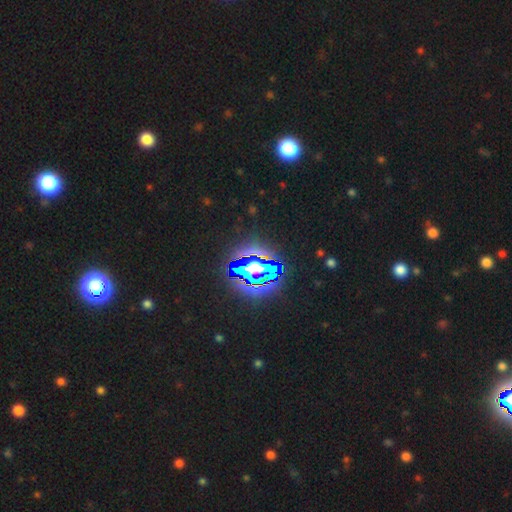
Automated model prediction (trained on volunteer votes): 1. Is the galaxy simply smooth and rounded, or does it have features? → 67% star or artifact, 18% smooth, 14% featured or disk.